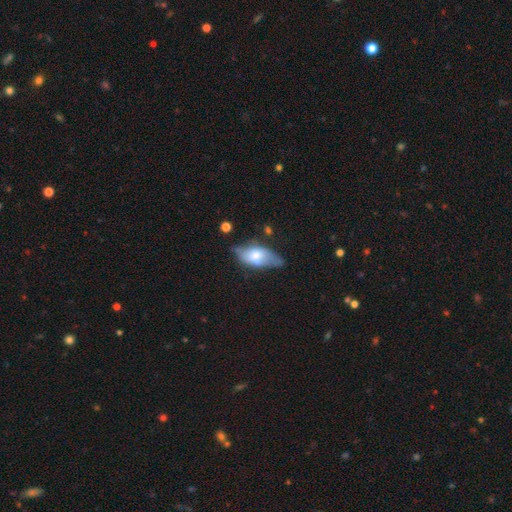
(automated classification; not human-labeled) Smooth or featured: smooth — 58% (featured or disk — 35%)
How rounded: in between — 87% (cigar-shaped — 9%)
Merging: none — 47% (minor disturbance — 36%)